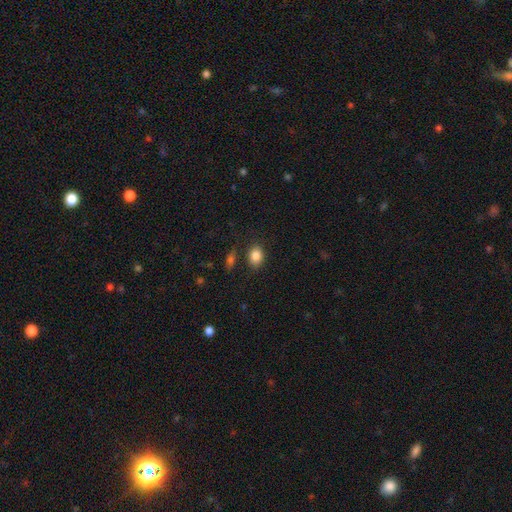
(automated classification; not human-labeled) A smooth galaxy with no disk features (85%) that is in between round and cigar-shaped (64%). Merging: none (78%).